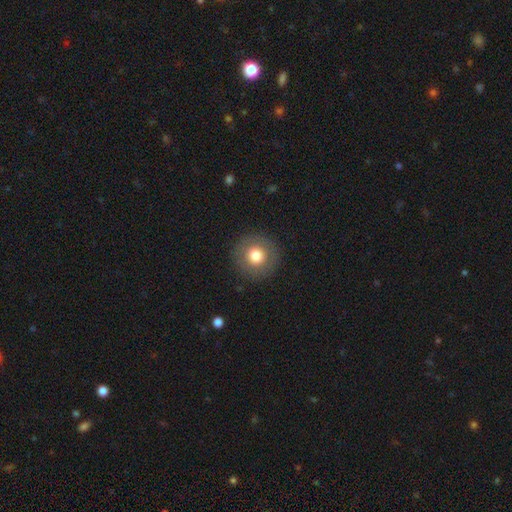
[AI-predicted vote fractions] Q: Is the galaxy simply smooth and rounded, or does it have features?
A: smooth — 75%.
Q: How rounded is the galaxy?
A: round — 96%.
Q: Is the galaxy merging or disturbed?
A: none — 90%.